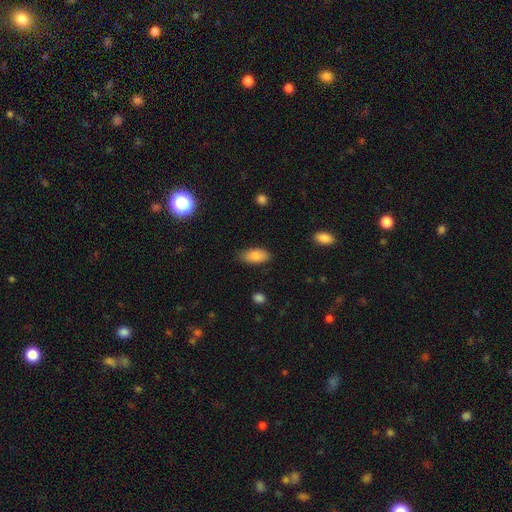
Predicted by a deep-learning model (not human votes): smooth-or-featured: smooth: 86% | star or artifact: 7% | featured or disk: 7%
  how-rounded: in between: 90% | cigar-shaped: 8% | round: 2%
  merging: none: 82% | minor disturbance: 13% | major disturbance: 3% | merger: 1%